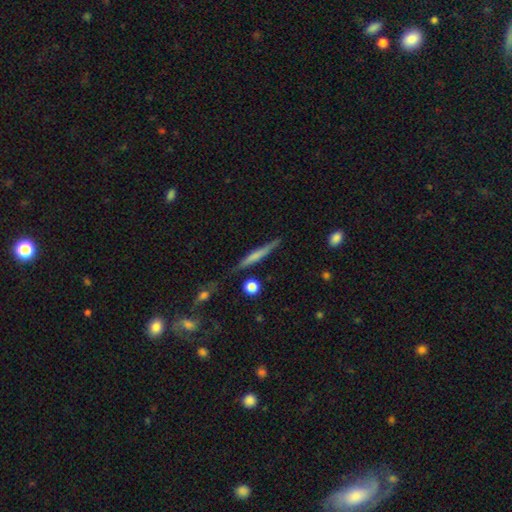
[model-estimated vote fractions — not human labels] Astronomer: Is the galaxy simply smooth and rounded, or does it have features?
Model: smooth — 52% (runner-up: featured or disk, 42%).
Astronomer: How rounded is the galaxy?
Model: cigar-shaped — 93%.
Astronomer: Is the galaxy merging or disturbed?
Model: none — 80%.